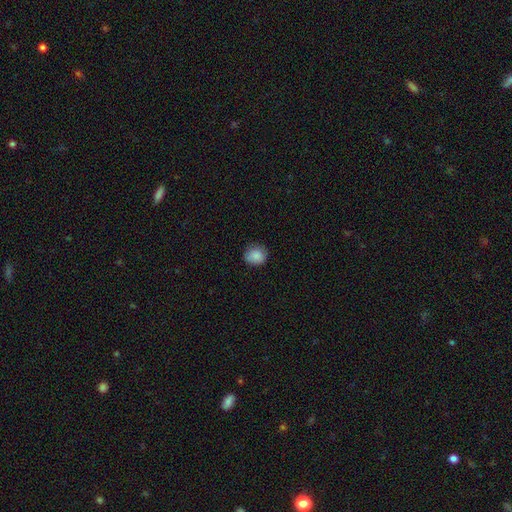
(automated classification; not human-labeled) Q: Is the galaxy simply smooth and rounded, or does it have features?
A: smooth — 86%.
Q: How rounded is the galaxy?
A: round — 78%.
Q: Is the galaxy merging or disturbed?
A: none — 75%.